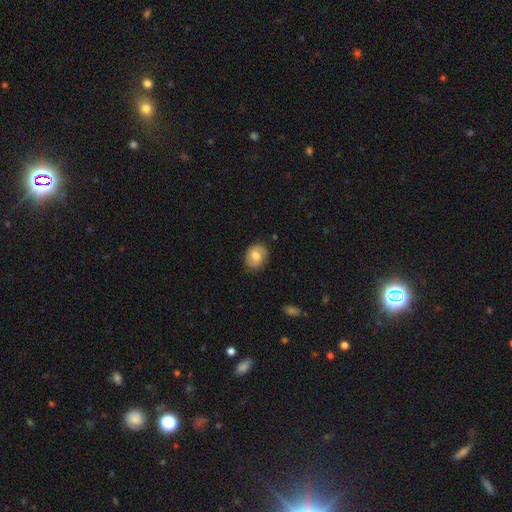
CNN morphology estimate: Smooth or featured: smooth — 59% (featured or disk — 33%)
How rounded: round — 54% (in between — 45%)
Merging: none — 80% (minor disturbance — 15%)